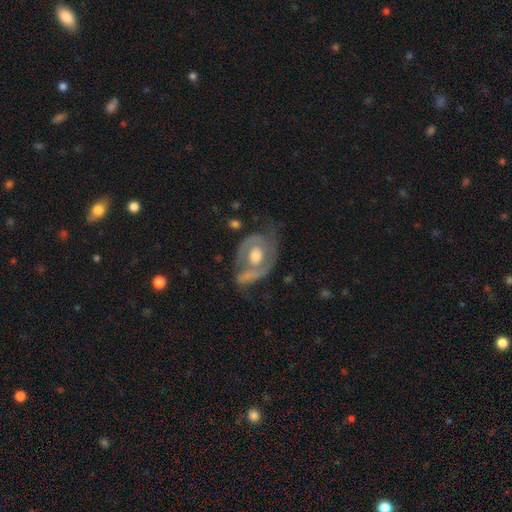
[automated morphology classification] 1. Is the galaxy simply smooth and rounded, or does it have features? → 76% featured or disk, 19% smooth, 5% star or artifact.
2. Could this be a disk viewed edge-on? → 96% no, 4% yes.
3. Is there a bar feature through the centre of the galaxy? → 75% no, 19% weak, 5% strong.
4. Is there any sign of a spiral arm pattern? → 67% yes, 33% no.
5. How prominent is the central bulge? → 67% moderate, 19% large, 11% small, 2% none, 2% dominant.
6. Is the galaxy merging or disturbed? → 45% none, 25% minor disturbance, 22% major disturbance, 9% merger.